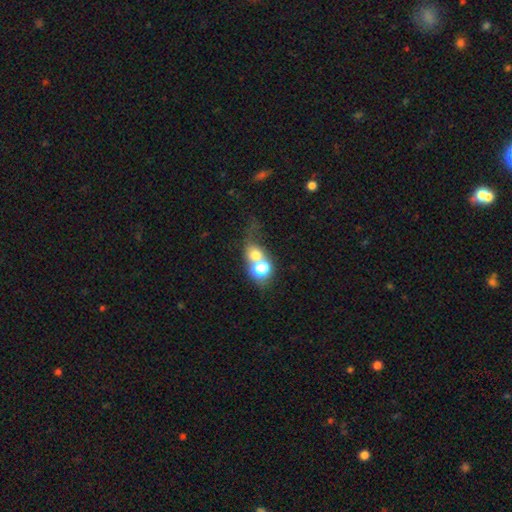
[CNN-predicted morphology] A smooth galaxy with no disk features (61%) that is round (67%). Merging: merger (57%).